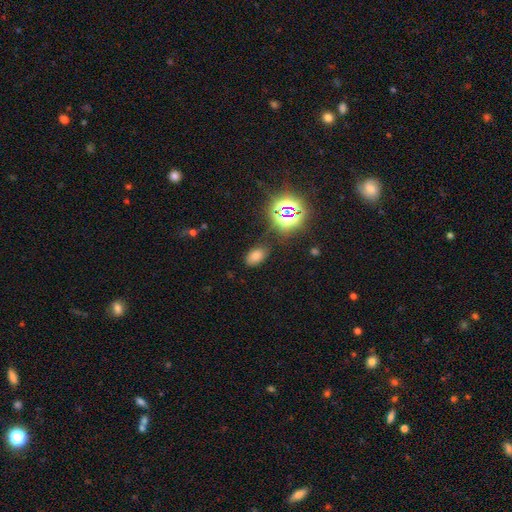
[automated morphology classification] A smooth galaxy with no disk features (64%) that is in between round and cigar-shaped (89%). Merging: none (81%).